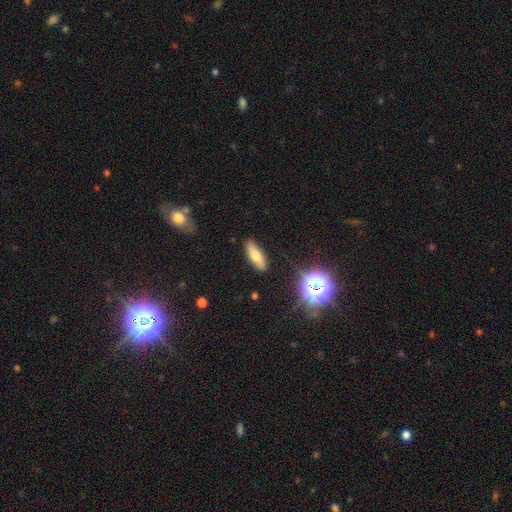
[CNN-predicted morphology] Smooth or featured? smooth (67%)
How rounded? in between (57%)
Merging? none (86%)